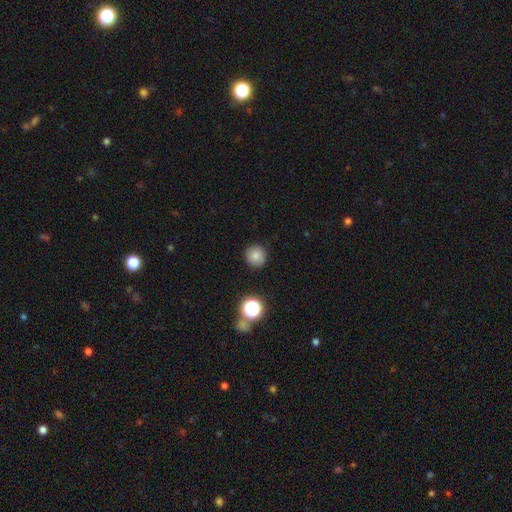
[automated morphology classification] A smooth galaxy with no disk features (81%) that is round (92%).

Vote fractions:
- Smooth or featured? smooth: 81% / star or artifact: 13% / featured or disk: 7%
- How rounded? round: 92% / in between: 7% / cigar-shaped: 1%
- Merging? none: 89% / minor disturbance: 7% / major disturbance: 2% / merger: 2%